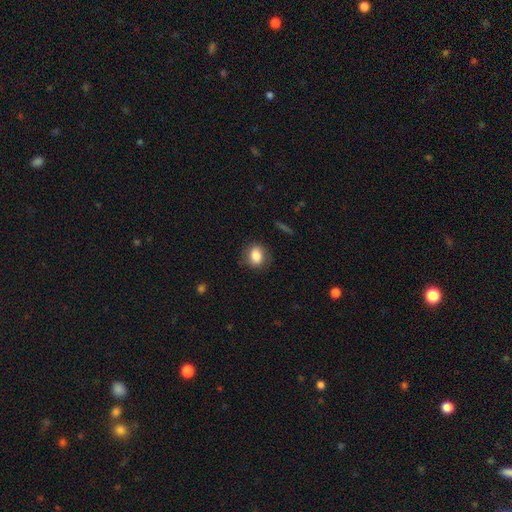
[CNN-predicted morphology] A smooth galaxy with no disk features (82%) that is round (52%). Merging: none (81%).